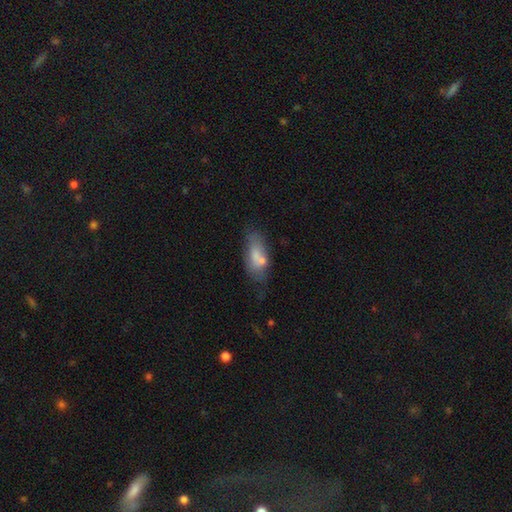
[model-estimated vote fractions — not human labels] Morphology: type=smooth (64%); roundness=in between (79%); merging=none (46%).